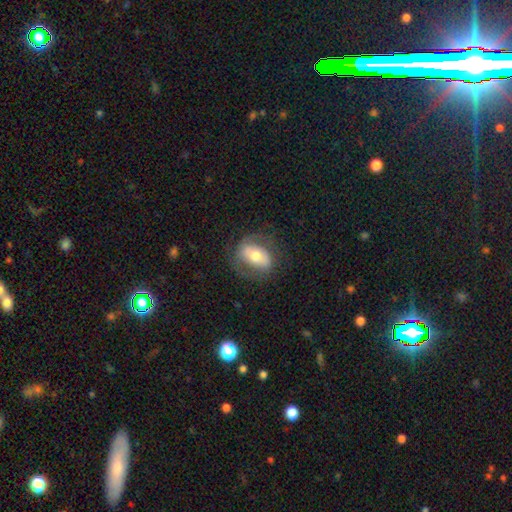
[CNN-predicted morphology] smooth-or-featured: smooth: 48% | featured or disk: 44% | star or artifact: 7%
  merging: none: 68% | minor disturbance: 18% | major disturbance: 12% | merger: 1%